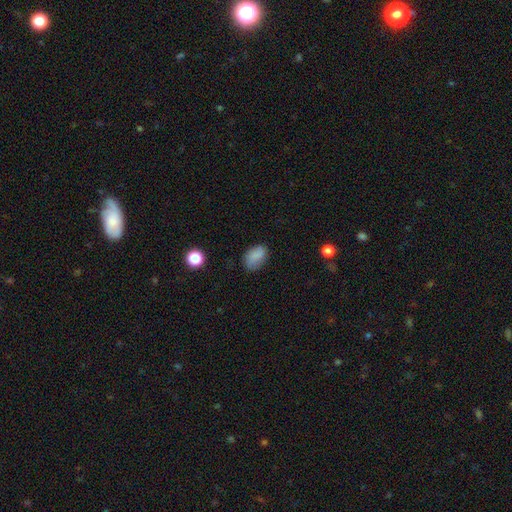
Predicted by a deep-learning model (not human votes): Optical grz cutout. It shows a smooth galaxy with no disk features (81%) that is in between round and cigar-shaped (85%). Merging: none (72%).